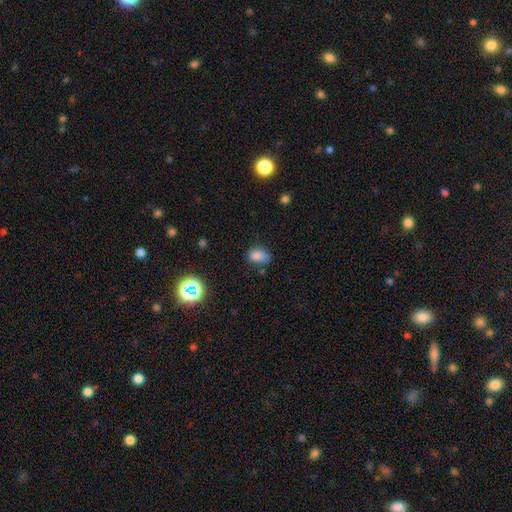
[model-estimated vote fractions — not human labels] Morphology: type=smooth (79%); roundness=in between (81%); merging=none (54%).